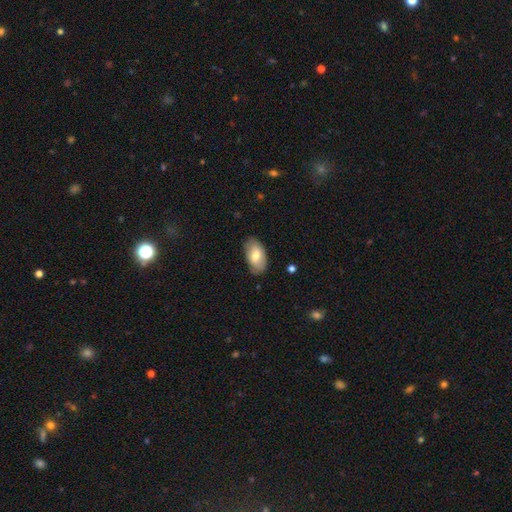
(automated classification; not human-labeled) Smooth or featured?
  - smooth: 73% *
  - featured or disk: 21%
  - star or artifact: 6%
How rounded?
  - in between: 94% *
  - round: 4%
  - cigar-shaped: 2%
Merging?
  - none: 79% *
  - minor disturbance: 17%
  - major disturbance: 3%
  - merger: 1%